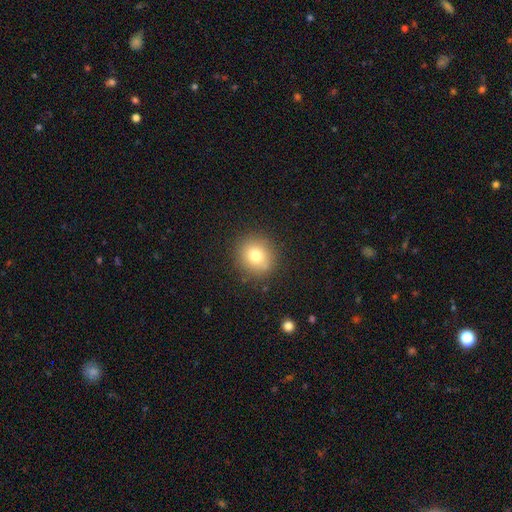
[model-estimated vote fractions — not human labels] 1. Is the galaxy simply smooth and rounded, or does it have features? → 77% smooth, 12% star or artifact, 11% featured or disk.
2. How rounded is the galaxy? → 87% round, 12% in between, 1% cigar-shaped.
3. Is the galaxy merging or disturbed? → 87% none, 9% minor disturbance, 3% major disturbance, 2% merger.